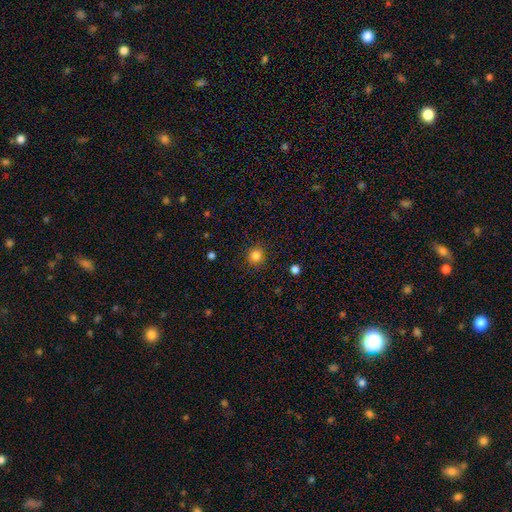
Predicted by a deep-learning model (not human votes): A smooth galaxy with no disk features (84%) that is round (93%).

Vote fractions:
- Smooth or featured? smooth: 84% / star or artifact: 12% / featured or disk: 4%
- How rounded? round: 93% / in between: 6% / cigar-shaped: 1%
- Merging? none: 89% / minor disturbance: 7% / major disturbance: 3% / merger: 1%